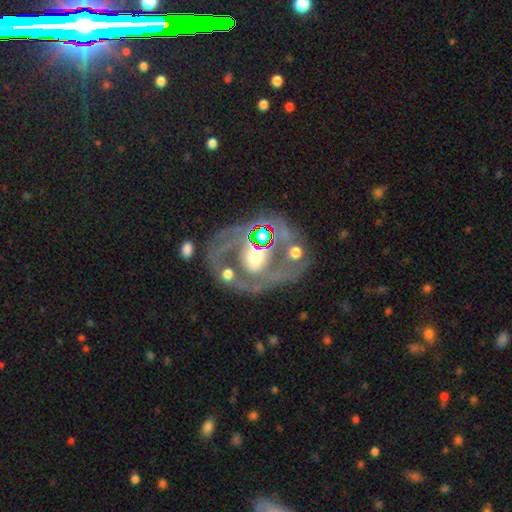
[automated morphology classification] Smooth or featured? featured or disk (65%)
Edge-on disk? no (94%)
Bar? no (52%)
Spiral arms? no (53%)
Bulge size? moderate (60%)
Merging? none (46%)